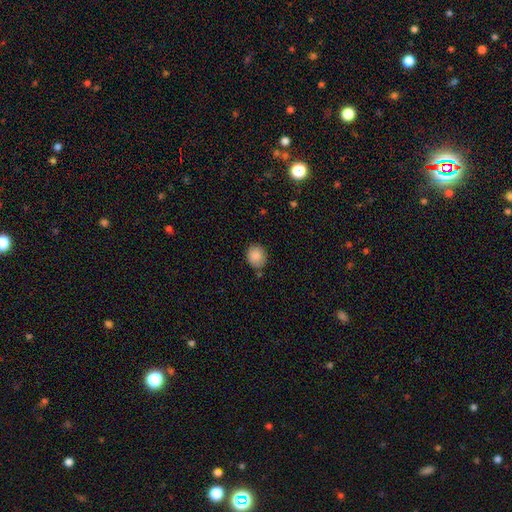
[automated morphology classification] A smooth galaxy with no disk features (87%) that is round (75%).

Vote fractions:
- Smooth or featured? smooth: 87% / star or artifact: 8% / featured or disk: 4%
- How rounded? round: 75% / in between: 24% / cigar-shaped: 1%
- Merging? none: 74% / minor disturbance: 18% / merger: 5% / major disturbance: 3%